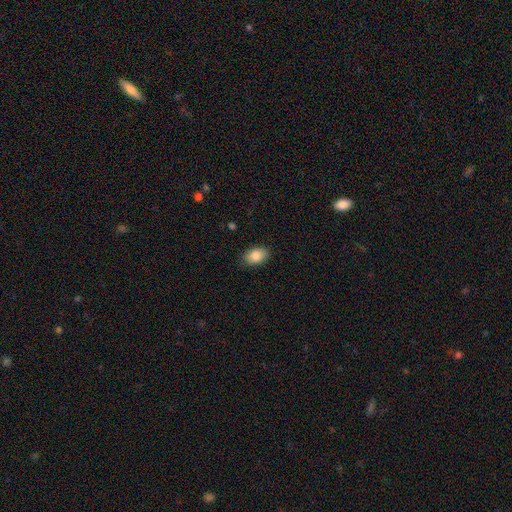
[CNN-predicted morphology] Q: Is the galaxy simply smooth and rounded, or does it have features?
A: smooth — 87%.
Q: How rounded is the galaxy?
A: in between — 89%.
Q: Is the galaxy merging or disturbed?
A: none — 84%.